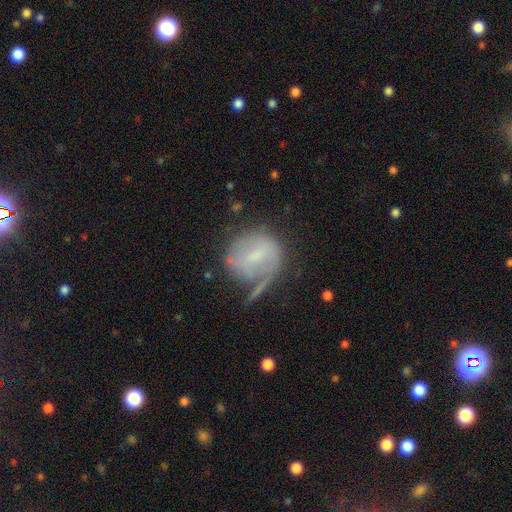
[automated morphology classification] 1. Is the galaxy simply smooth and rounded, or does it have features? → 48% featured or disk, 43% smooth, 9% star or artifact.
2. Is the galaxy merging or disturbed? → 42% none, 26% major disturbance, 25% minor disturbance, 7% merger.